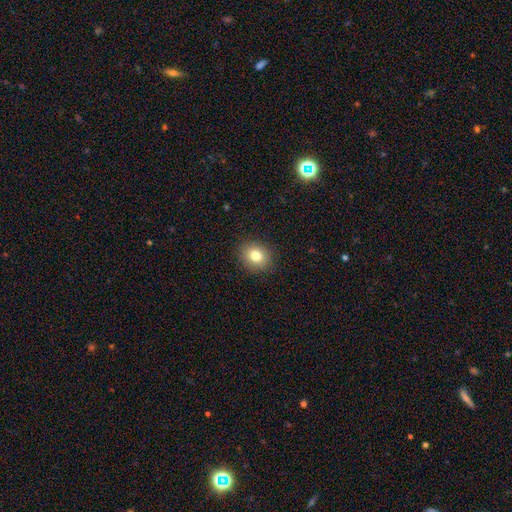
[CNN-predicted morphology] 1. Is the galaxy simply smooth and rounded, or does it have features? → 80% smooth, 11% star or artifact, 9% featured or disk.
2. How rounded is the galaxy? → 67% round, 32% in between, 1% cigar-shaped.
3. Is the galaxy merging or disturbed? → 89% none, 7% minor disturbance, 2% major disturbance, 1% merger.